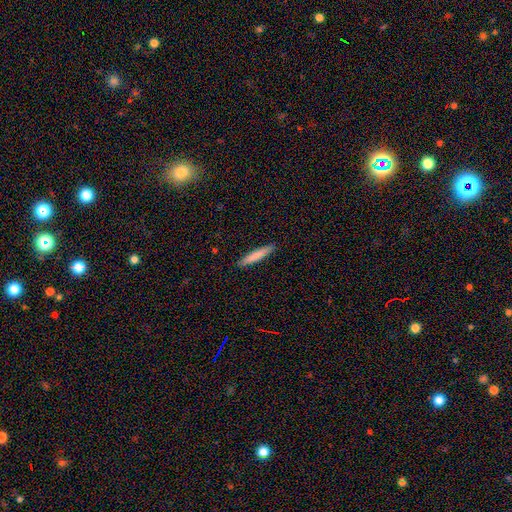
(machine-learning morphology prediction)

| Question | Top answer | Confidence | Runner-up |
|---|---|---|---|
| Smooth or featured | smooth | 79% | featured or disk (15%) |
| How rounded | cigar-shaped | 93% | in between (5%) |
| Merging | none | 91% | minor disturbance (7%) |